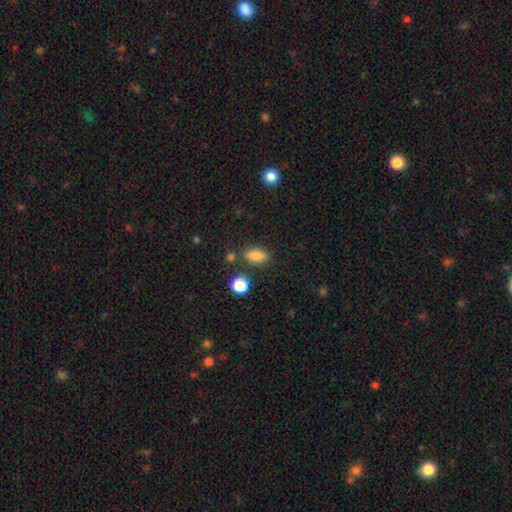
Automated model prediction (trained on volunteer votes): The model was most divided on "how rounded": in between: 75%, round: 13%, cigar-shaped: 12%. More confident: smooth or featured — smooth (80%); merging — none (77%).